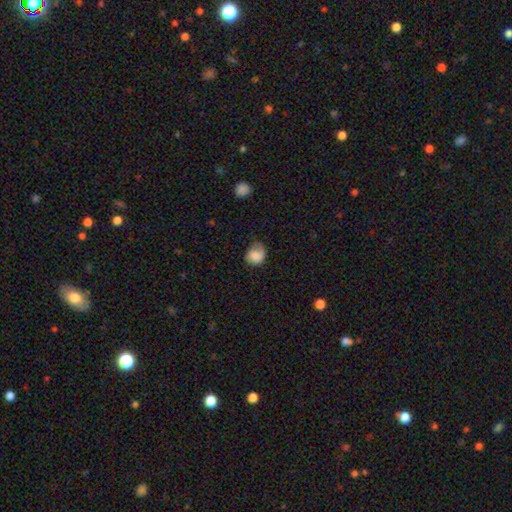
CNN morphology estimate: Q: Smooth or featured?
A: smooth (78%); runner-up: featured or disk (14%)
Q: How rounded?
A: round (64%); runner-up: in between (35%)
Q: Merging?
A: none (40%); runner-up: minor disturbance (37%)